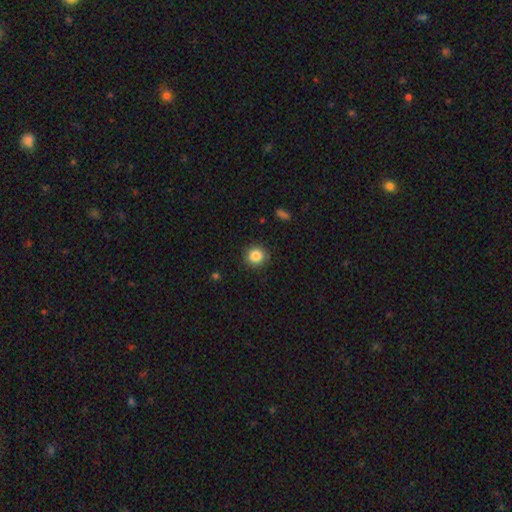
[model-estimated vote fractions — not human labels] Morphology: type=smooth (85%); roundness=round (92%); merging=none (90%).